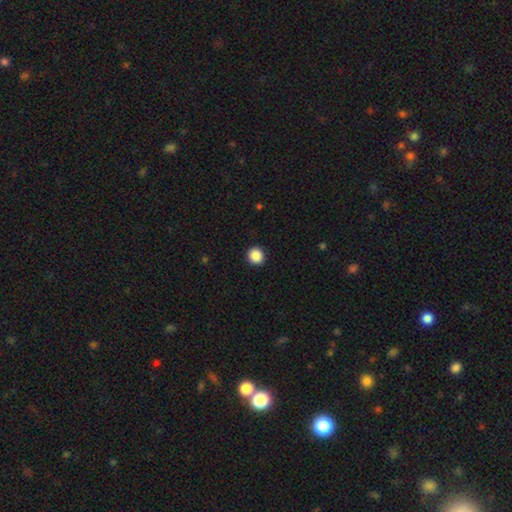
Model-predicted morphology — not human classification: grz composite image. It shows a smooth galaxy with no disk features (89%) that is round (91%). Merging: none (93%).